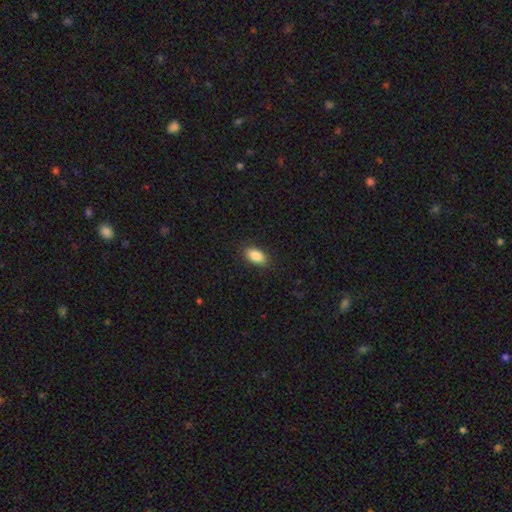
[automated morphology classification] smooth 88%, star or artifact 7%, featured or disk 5%. Down the decision tree: how rounded — in between (92%); merging — none (88%).